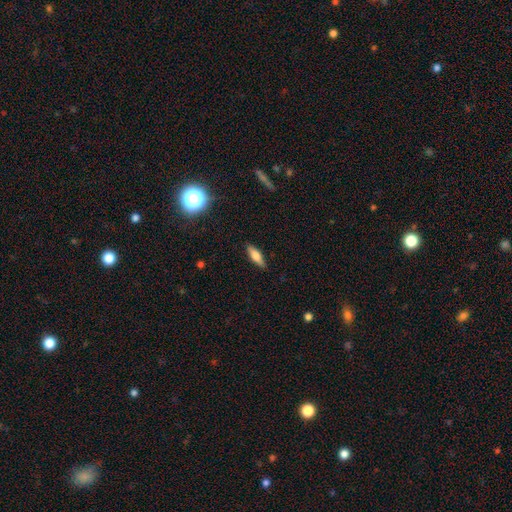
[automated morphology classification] smooth-or-featured: smooth: 66% | featured or disk: 26% | star or artifact: 8%
  how-rounded: cigar-shaped: 49% | in between: 48% | round: 2%
  merging: none: 86% | minor disturbance: 10% | major disturbance: 2% | merger: 1%